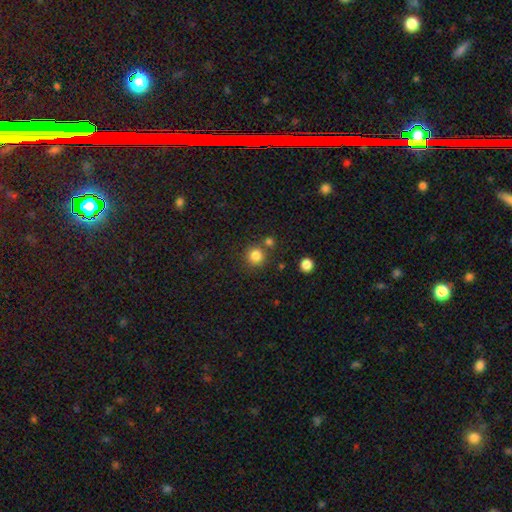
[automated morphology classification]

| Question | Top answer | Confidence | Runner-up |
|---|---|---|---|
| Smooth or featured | smooth | 83% | star or artifact (13%) |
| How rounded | round | 93% | in between (6%) |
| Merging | none | 77% | merger (12%) |